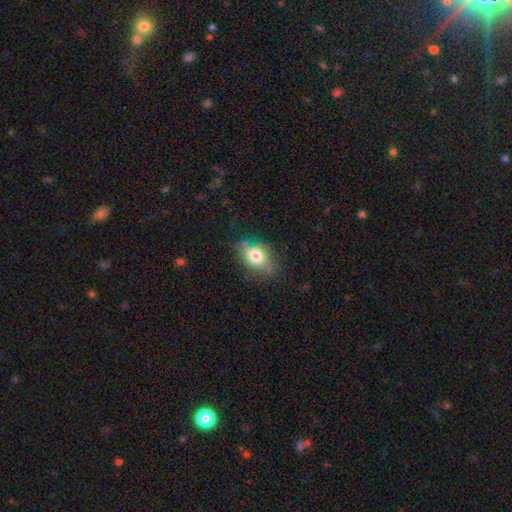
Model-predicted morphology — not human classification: The model was most divided on "merging": none: 59%, minor disturbance: 28%, major disturbance: 10%, merger: 3%. More confident: how rounded — in between (70%); smooth or featured — smooth (69%).